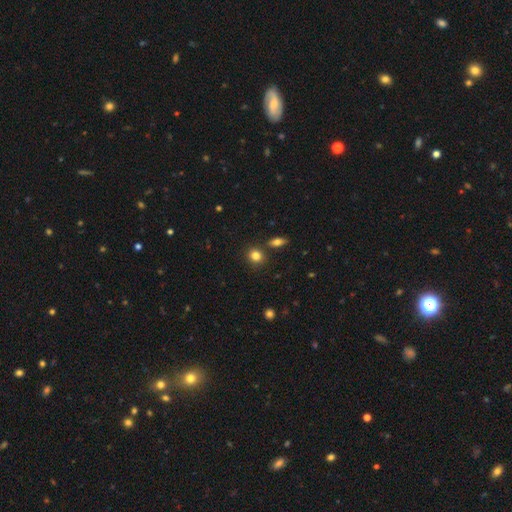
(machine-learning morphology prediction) smooth_or_featured: smooth (p=0.83) [alt: star or artifact p=0.11]
how_rounded: round (p=0.77) [alt: in between p=0.22]
merging: none (p=0.80) [alt: merger p=0.09]